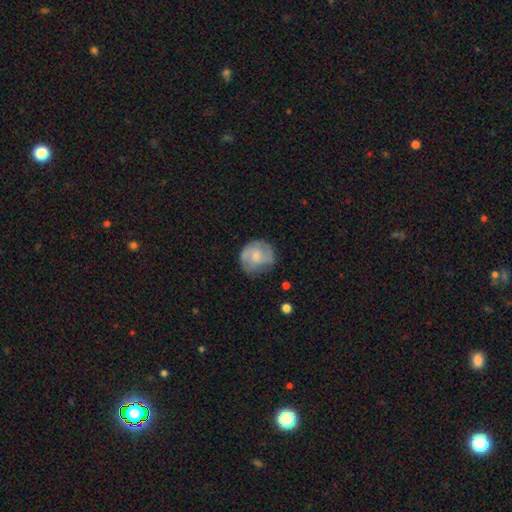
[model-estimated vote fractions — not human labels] Smooth or featured? Predicted: smooth (p=0.47, tied with featured or disk). Merging? Predicted: none (p=0.66).